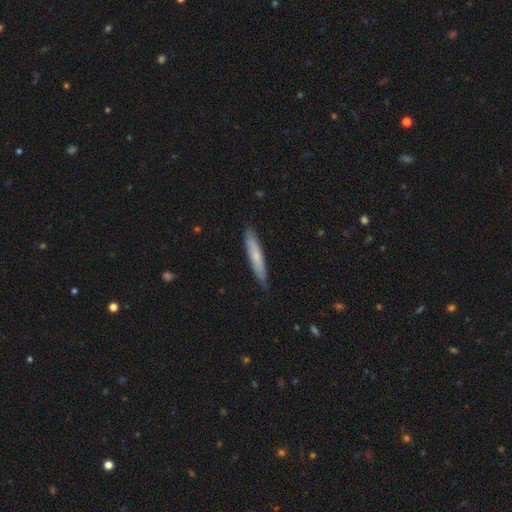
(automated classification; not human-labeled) Q: Smooth or featured?
A: smooth (65%); runner-up: featured or disk (30%)
Q: How rounded?
A: cigar-shaped (93%); runner-up: in between (6%)
Q: Merging?
A: none (86%); runner-up: minor disturbance (11%)